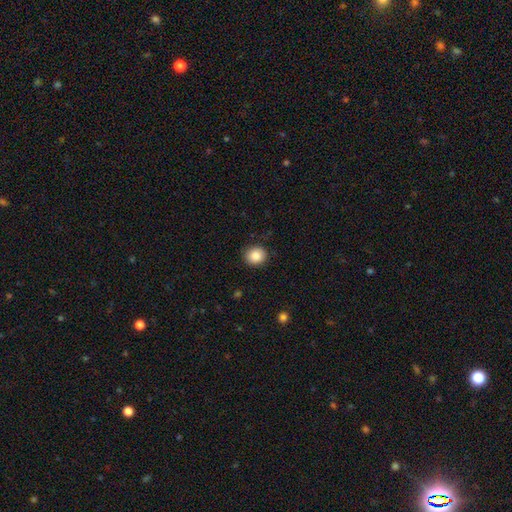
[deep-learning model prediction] Smooth or featured?
  - smooth: 88% *
  - star or artifact: 9%
  - featured or disk: 4%
How rounded?
  - round: 81% *
  - in between: 18%
  - cigar-shaped: 1%
Merging?
  - none: 89% *
  - minor disturbance: 8%
  - major disturbance: 2%
  - merger: 1%